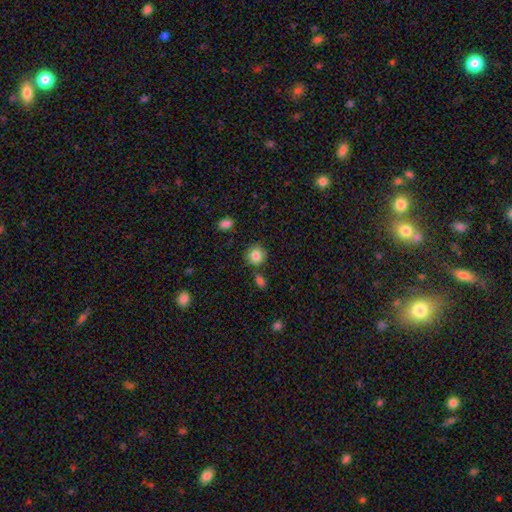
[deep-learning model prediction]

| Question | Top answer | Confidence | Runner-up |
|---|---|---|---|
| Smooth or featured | smooth | 84% | star or artifact (9%) |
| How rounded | round | 89% | in between (10%) |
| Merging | none | 84% | minor disturbance (9%) |